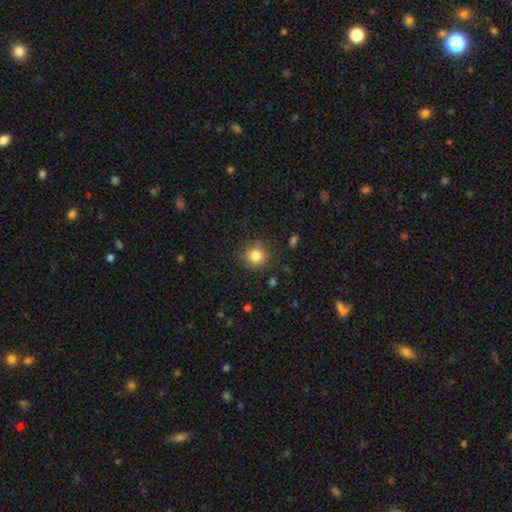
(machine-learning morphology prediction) Smooth or featured? smooth (83%)
How rounded? round (90%)
Merging? none (84%)